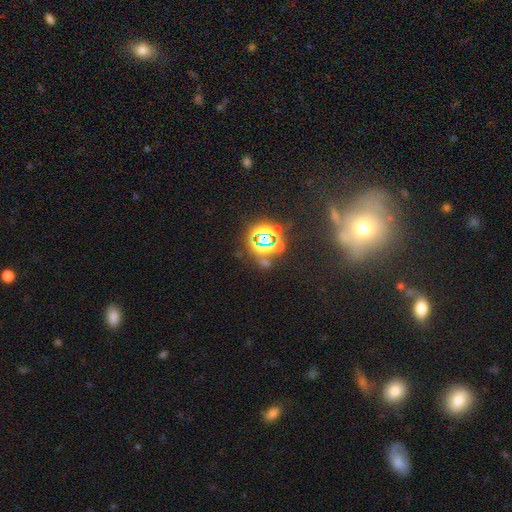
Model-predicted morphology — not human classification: smooth_or_featured: star or artifact (p=0.64) [alt: smooth p=0.23]